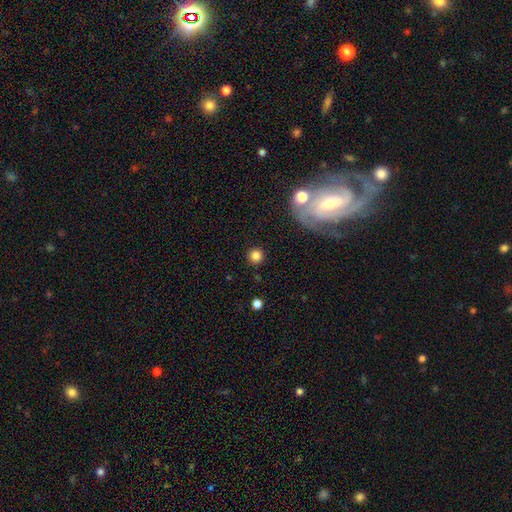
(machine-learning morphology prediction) smooth-or-featured: smooth: 83% | star or artifact: 11% | featured or disk: 6%
  how-rounded: round: 95% | in between: 4% | cigar-shaped: 1%
  merging: none: 89% | minor disturbance: 6% | merger: 3% | major disturbance: 2%